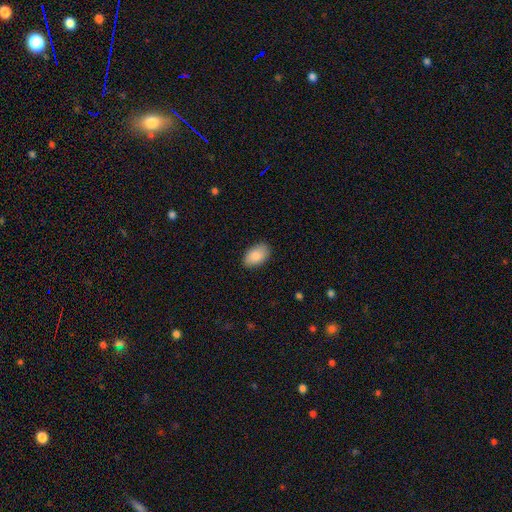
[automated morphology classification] A smooth galaxy with no disk features (87%) that is in between round and cigar-shaped (93%). Merging: none (86%).